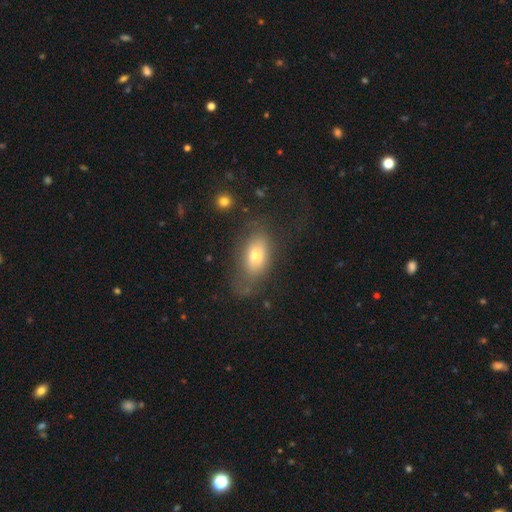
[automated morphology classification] Smooth or featured? smooth (67%)
How rounded? in between (87%)
Merging? none (55%)